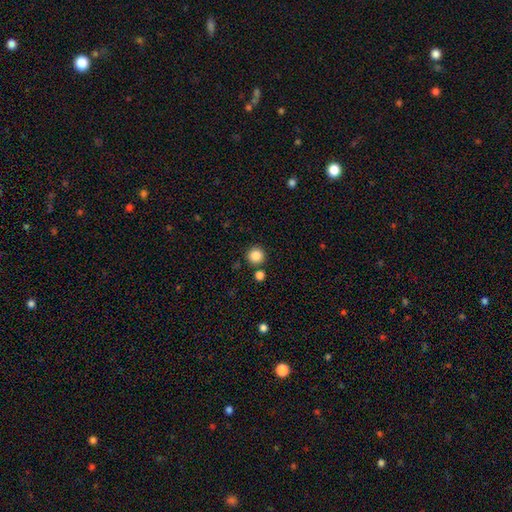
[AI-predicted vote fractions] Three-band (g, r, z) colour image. It shows a smooth galaxy with no disk features (85%) that is round (95%). Merging: none (85%).